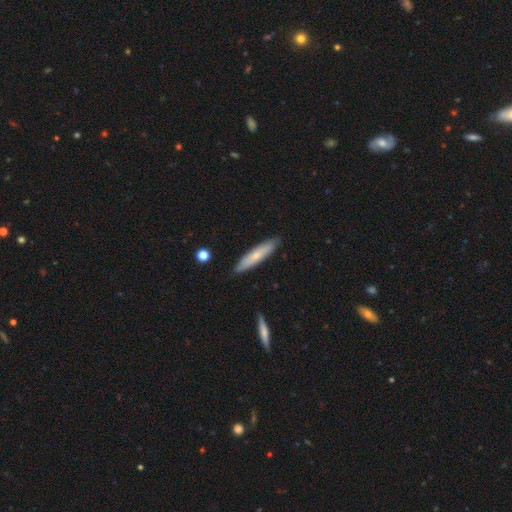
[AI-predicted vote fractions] This is likely a smooth galaxy (62%). How rounded: clearly cigar-shaped (83%). Merging: clearly none (87%).